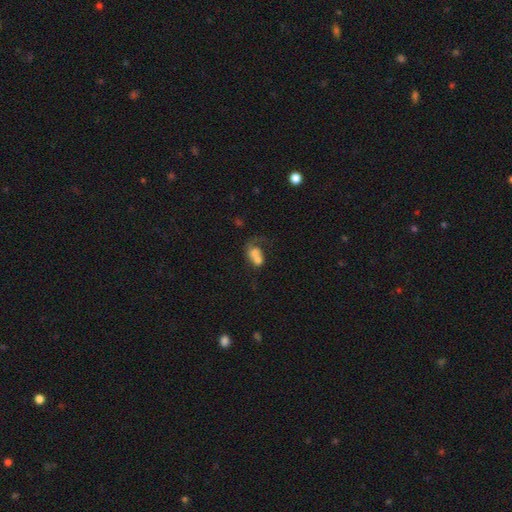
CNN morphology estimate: This is possibly a smooth galaxy (59%). How rounded: likely in between (63%). Merging: likely merger (60%).